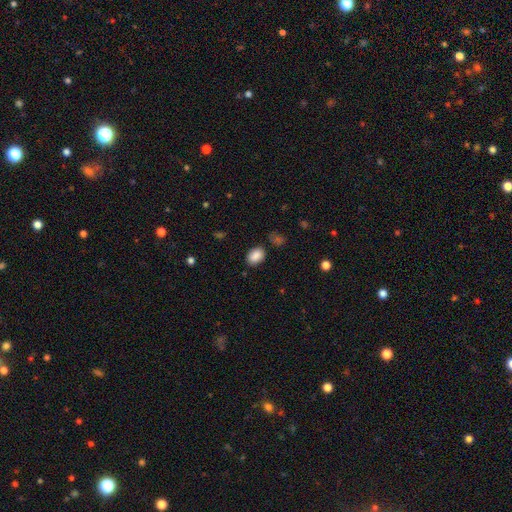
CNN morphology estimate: smooth 87%, star or artifact 8%, featured or disk 4%. Down the decision tree: how rounded — in between (80%); merging — none (82%).